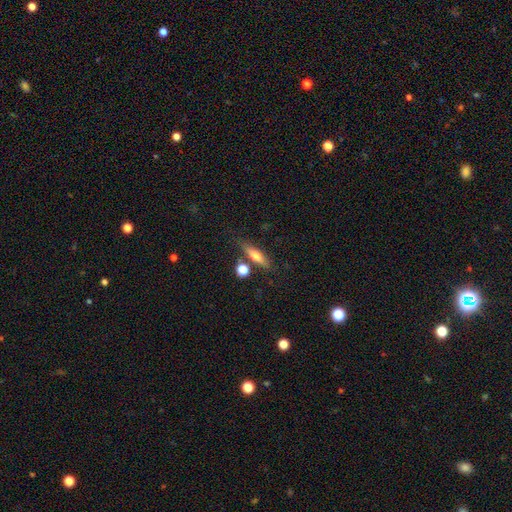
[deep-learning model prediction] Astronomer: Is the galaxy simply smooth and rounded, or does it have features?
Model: smooth — 57% (runner-up: featured or disk, 35%).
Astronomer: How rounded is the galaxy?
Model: cigar-shaped — 61%.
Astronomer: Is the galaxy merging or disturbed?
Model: none — 72%.